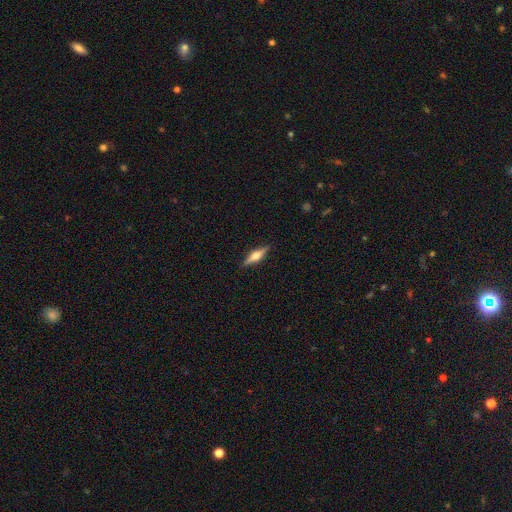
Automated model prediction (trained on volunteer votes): Q: Smooth or featured?
A: featured or disk (67%); runner-up: smooth (27%)
Q: Edge-on disk?
A: yes (97%); runner-up: no (3%)
Q: Edge-on bulge?
A: rounded (94%); runner-up: boxy (4%)
Q: Merging?
A: none (90%); runner-up: minor disturbance (7%)